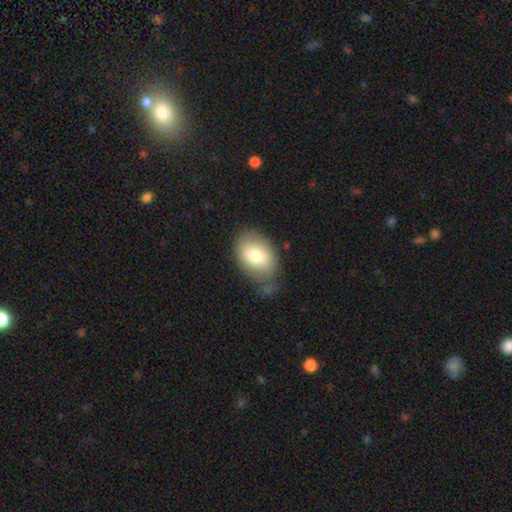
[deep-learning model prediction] Smooth or featured? Predicted: smooth (p=0.76). How rounded? Predicted: in between (p=0.81). Merging? Predicted: none (p=0.57).